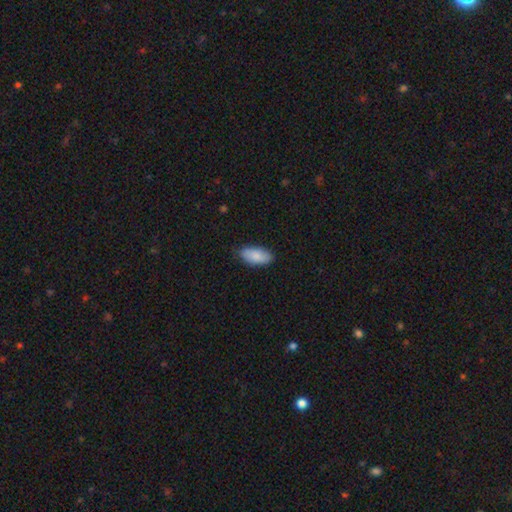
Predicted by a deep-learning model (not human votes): A smooth galaxy with no disk features (86%) that is in between round and cigar-shaped (91%). Merging: none (82%).